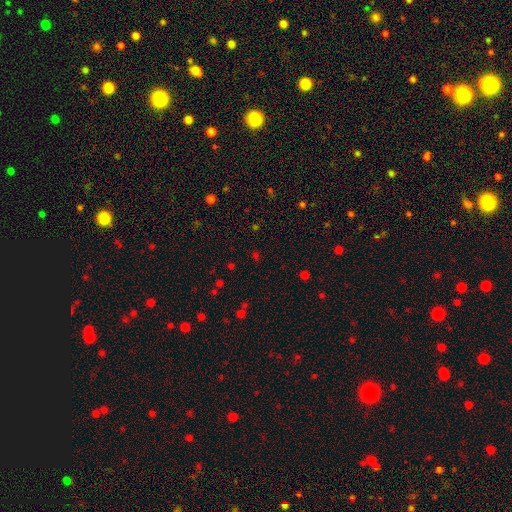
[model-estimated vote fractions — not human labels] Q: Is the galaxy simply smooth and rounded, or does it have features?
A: star or artifact — 55%.